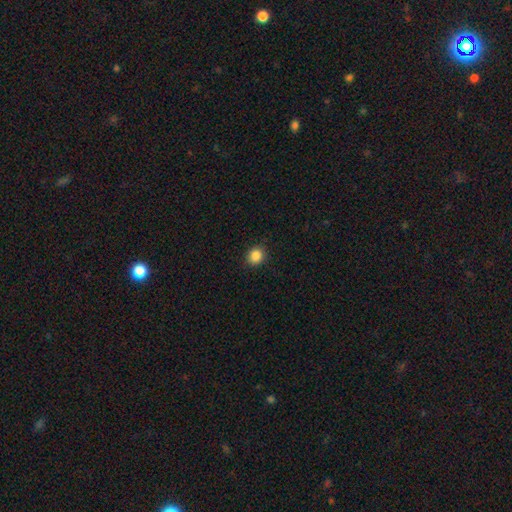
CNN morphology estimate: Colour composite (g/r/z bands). It shows a smooth galaxy with no disk features (86%) that is round (79%). Merging: none (90%).